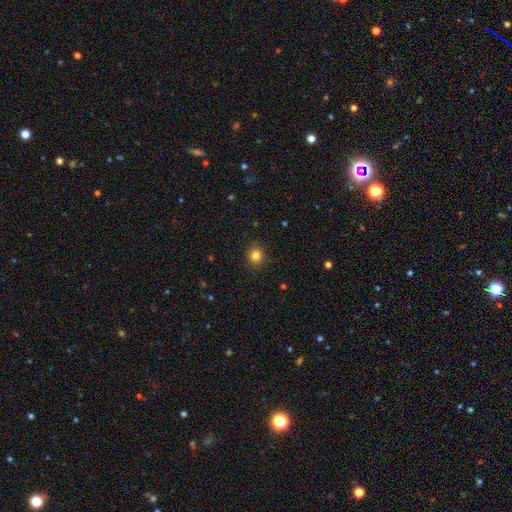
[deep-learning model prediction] The model was most divided on "how rounded": round: 79%, in between: 20%, cigar-shaped: 1%. More confident: merging — none (89%); smooth or featured — smooth (82%).